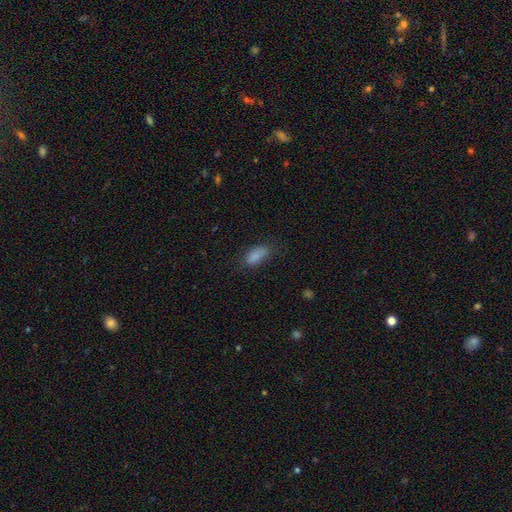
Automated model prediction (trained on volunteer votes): Smooth or featured? smooth (84%)
How rounded? in between (86%)
Merging? none (66%)